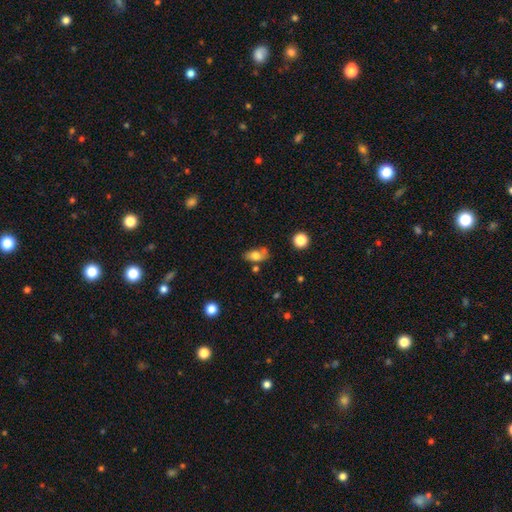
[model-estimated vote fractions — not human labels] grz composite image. It shows a smooth galaxy with no disk features (72%) that is in between round and cigar-shaped (86%). Merging: none (53%).